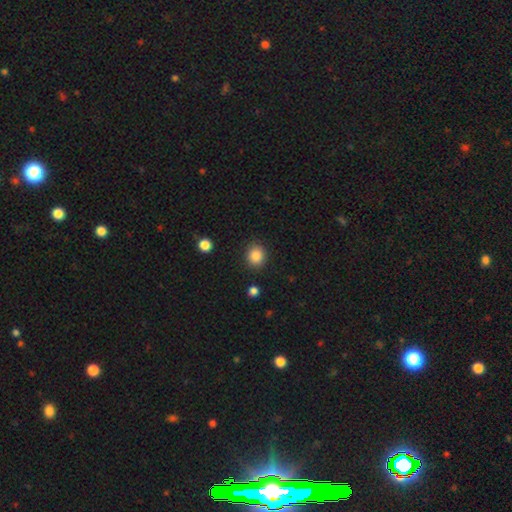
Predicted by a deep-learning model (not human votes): smooth 86%, star or artifact 9%, featured or disk 4%. Down the decision tree: how rounded — round (80%); merging — none (88%).